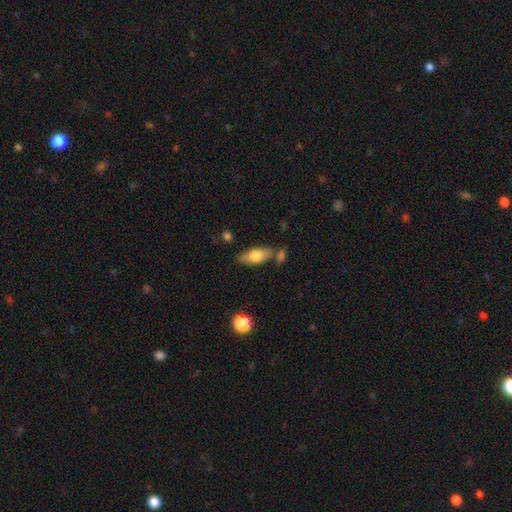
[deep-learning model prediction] Overall: smooth (72%). How rounded: in between (80%). Merging: none (70%).